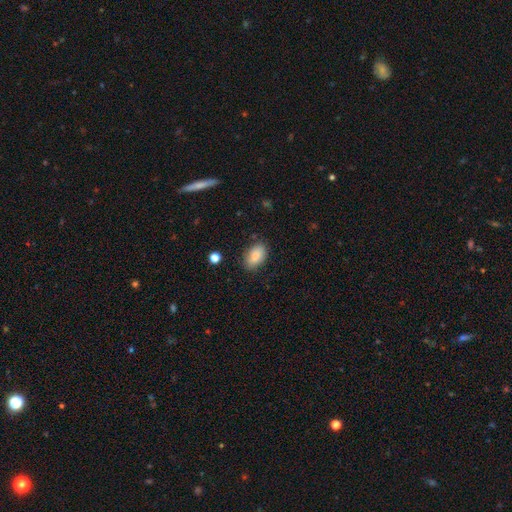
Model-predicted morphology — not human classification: smooth 87%, star or artifact 7%, featured or disk 6%. Down the decision tree: how rounded — in between (90%); merging — none (80%).